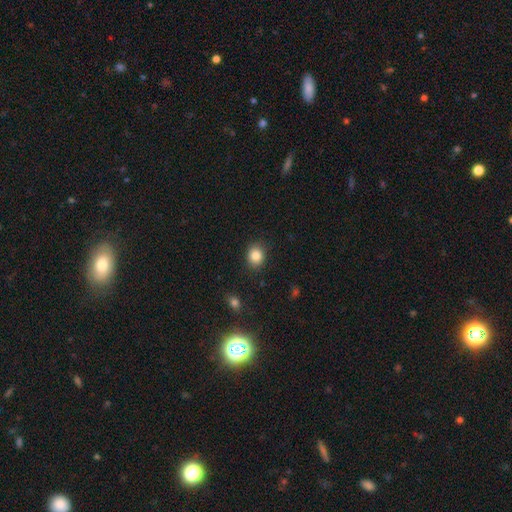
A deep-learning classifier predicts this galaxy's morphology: Smooth or featured?
  - smooth: 84% *
  - star or artifact: 10%
  - featured or disk: 6%
How rounded?
  - round: 69% *
  - in between: 30%
  - cigar-shaped: 1%
Merging?
  - none: 88% *
  - minor disturbance: 8%
  - major disturbance: 2%
  - merger: 1%